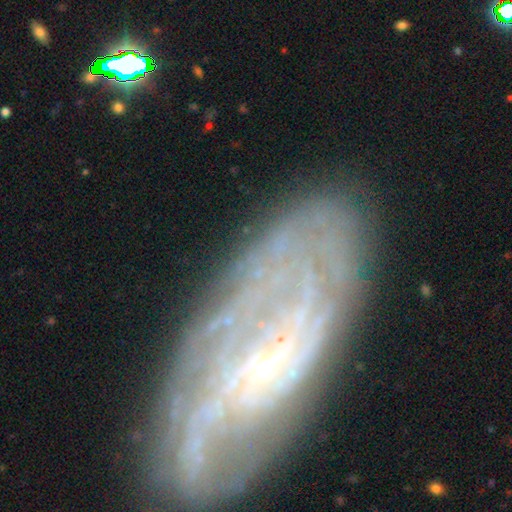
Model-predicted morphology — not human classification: Q: Smooth or featured?
A: featured or disk (79%); runner-up: smooth (11%)
Q: Edge-on disk?
A: no (89%); runner-up: yes (11%)
Q: Bar?
A: no (51%); runner-up: weak (35%)
Q: Spiral arms?
A: yes (87%); runner-up: no (13%)
Q: Spiral winding?
A: tight (60%); runner-up: medium (28%)
Q: Spiral arm count?
A: can't tell (46%); runner-up: 2 (17%)
Q: Bulge size?
A: small (80%); runner-up: moderate (10%)
Q: Merging?
A: none (73%); runner-up: minor disturbance (17%)